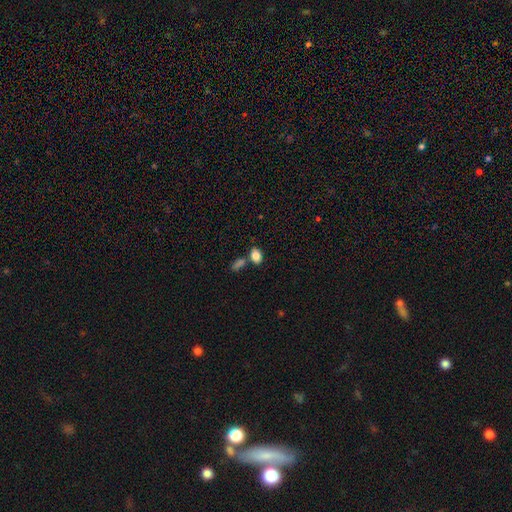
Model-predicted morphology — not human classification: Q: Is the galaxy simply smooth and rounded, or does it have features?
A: smooth — 84%.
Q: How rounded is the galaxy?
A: in between — 82%.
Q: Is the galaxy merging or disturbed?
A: none — 66%.